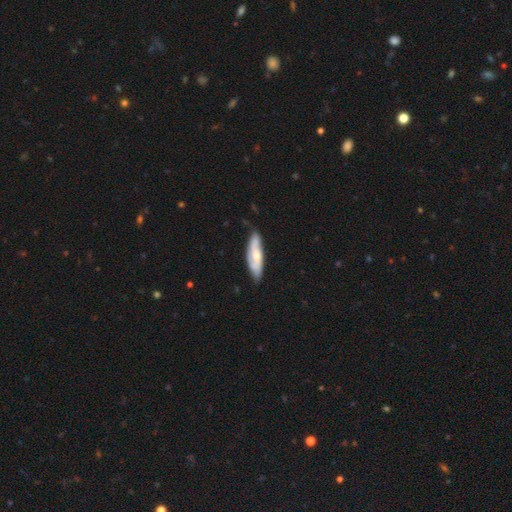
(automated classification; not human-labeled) featured or disk 54%, smooth 41%, star or artifact 5%. Down the decision tree: edge-on disk — no (71%); merging — none (69%).